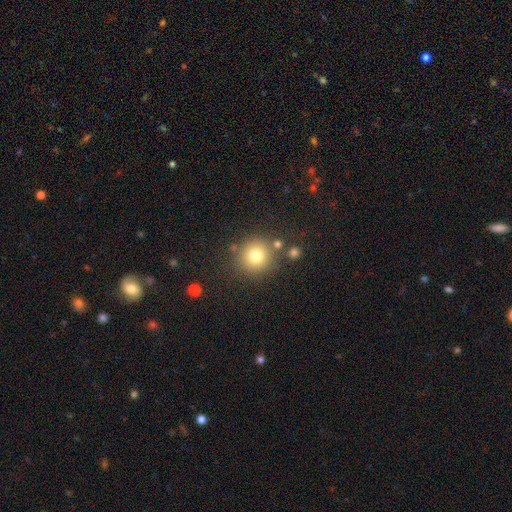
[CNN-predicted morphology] Smooth or featured: smooth — 77% (star or artifact — 13%)
How rounded: round — 93% (in between — 6%)
Merging: none — 79% (minor disturbance — 10%)